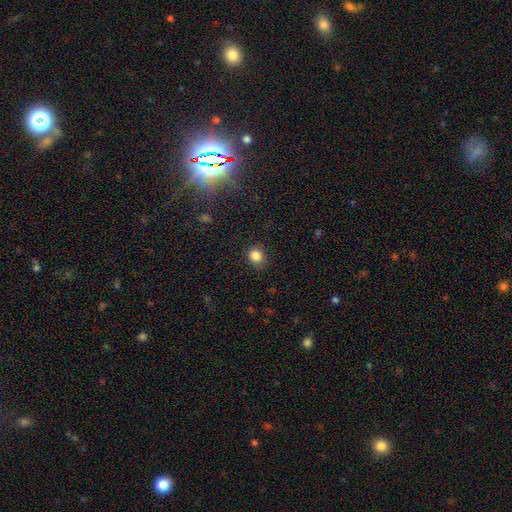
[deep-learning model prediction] This appears to be a smooth galaxy with no disk features (84%) that is round (80%). Merging: none (84%).